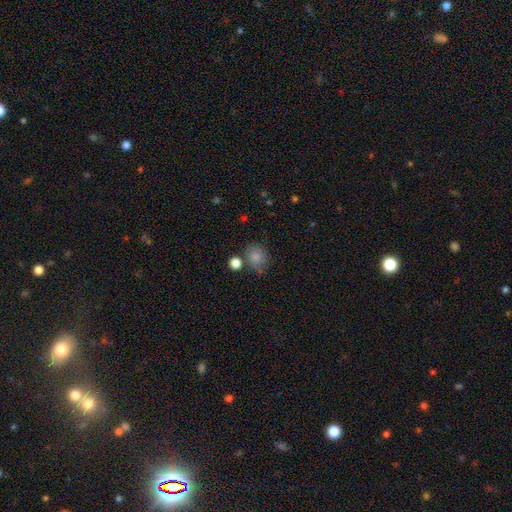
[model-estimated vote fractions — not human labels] This appears to be a smooth galaxy with no disk features (75%) that is round (77%). Merging: none (72%).